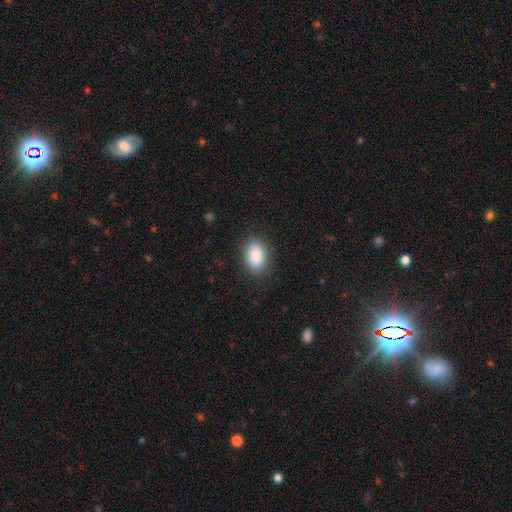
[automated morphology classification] smooth-or-featured: smooth: 86% | star or artifact: 7% | featured or disk: 7%
  how-rounded: in between: 84% | round: 15% | cigar-shaped: 1%
  merging: none: 85% | minor disturbance: 11% | major disturbance: 3% | merger: 1%